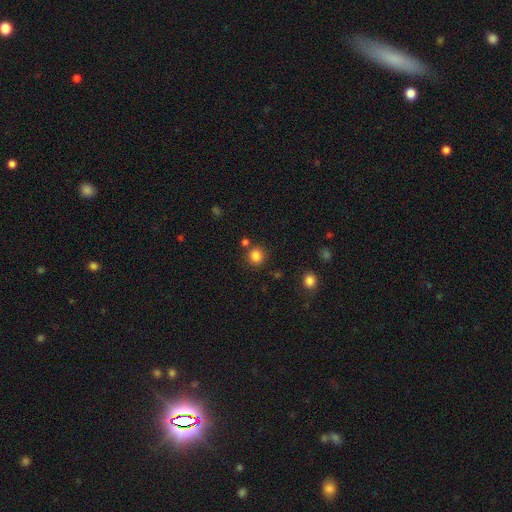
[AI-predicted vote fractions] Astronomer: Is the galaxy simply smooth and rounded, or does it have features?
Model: smooth — 84%.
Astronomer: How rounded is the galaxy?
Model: round — 90%.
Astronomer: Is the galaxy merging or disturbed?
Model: none — 81%.